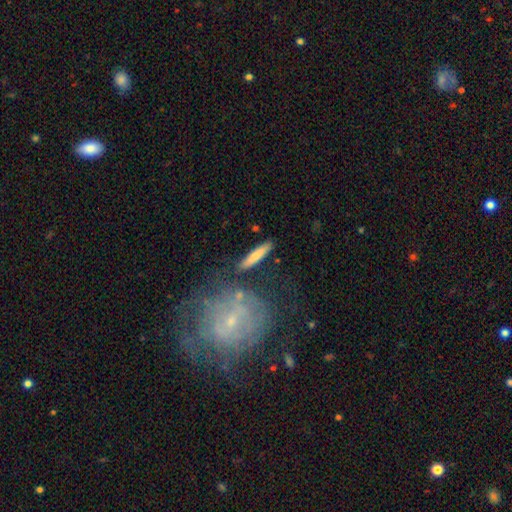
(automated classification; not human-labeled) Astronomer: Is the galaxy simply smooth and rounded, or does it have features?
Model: smooth — 73%.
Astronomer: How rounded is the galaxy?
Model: cigar-shaped — 88%.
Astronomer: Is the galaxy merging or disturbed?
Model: none — 82%.